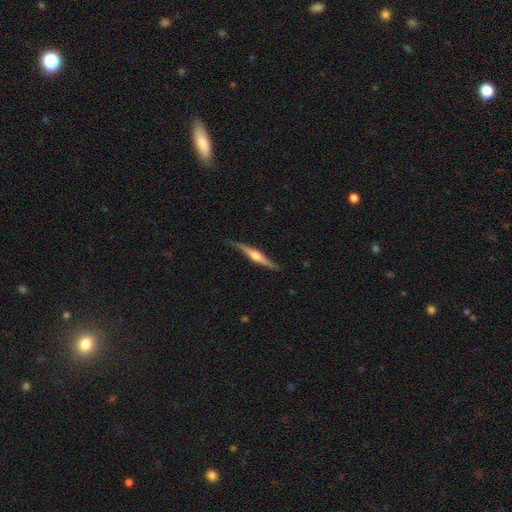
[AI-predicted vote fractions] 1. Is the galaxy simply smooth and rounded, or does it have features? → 77% featured or disk, 18% smooth, 5% star or artifact.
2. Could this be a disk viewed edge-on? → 97% yes, 3% no.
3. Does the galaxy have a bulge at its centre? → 90% rounded, 6% boxy, 4% none.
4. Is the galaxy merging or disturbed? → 82% none, 14% minor disturbance, 3% major disturbance, 1% merger.